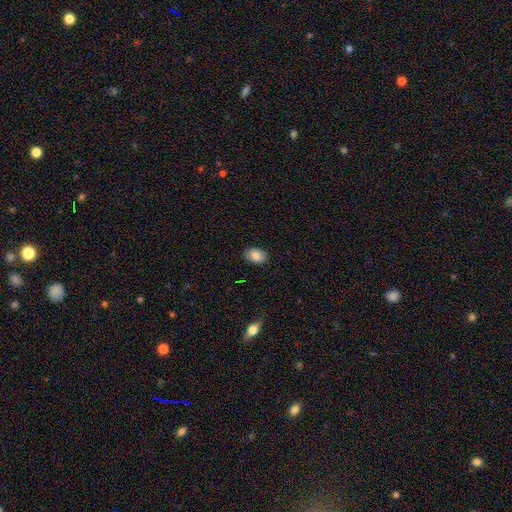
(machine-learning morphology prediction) A smooth galaxy with no disk features (85%) that is in between round and cigar-shaped (83%). Merging: none (86%).